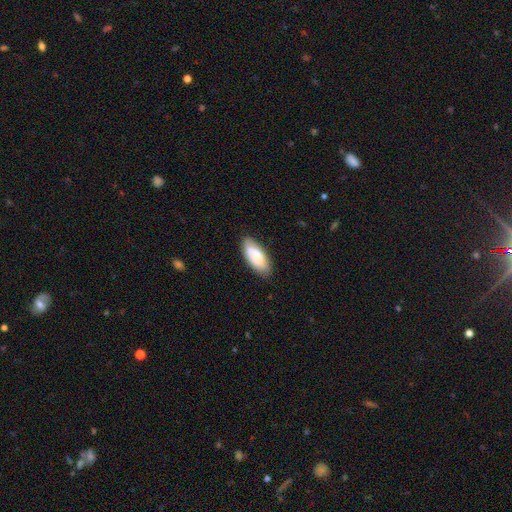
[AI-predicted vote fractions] Smooth or featured?
  - smooth: 74% *
  - featured or disk: 20%
  - star or artifact: 6%
How rounded?
  - in between: 87% *
  - cigar-shaped: 11%
  - round: 2%
Merging?
  - none: 80% *
  - minor disturbance: 16%
  - major disturbance: 3%
  - merger: 2%